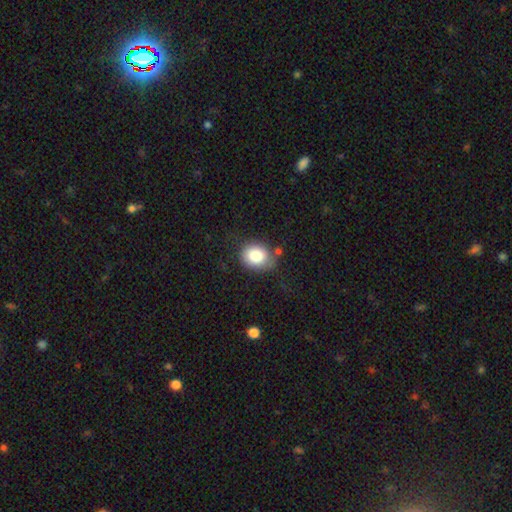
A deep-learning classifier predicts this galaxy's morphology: Q: Smooth or featured?
A: smooth (84%); runner-up: star or artifact (8%)
Q: How rounded?
A: round (53%); runner-up: in between (46%)
Q: Merging?
A: none (67%); runner-up: minor disturbance (21%)